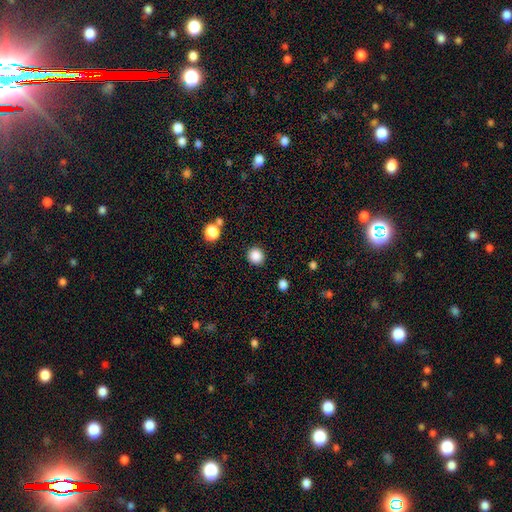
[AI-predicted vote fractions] Smooth or featured? Predicted: smooth (p=0.87). How rounded? Predicted: round (p=0.89). Merging? Predicted: none (p=0.90).